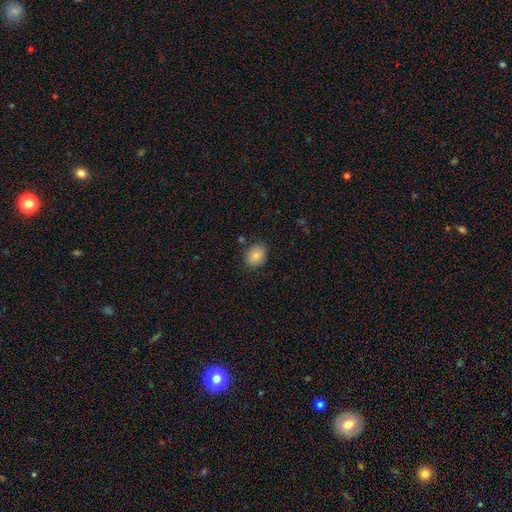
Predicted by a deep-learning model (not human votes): Smooth or featured: smooth — 84% (star or artifact — 9%)
How rounded: in between — 51% (round — 49%)
Merging: none — 83% (minor disturbance — 12%)